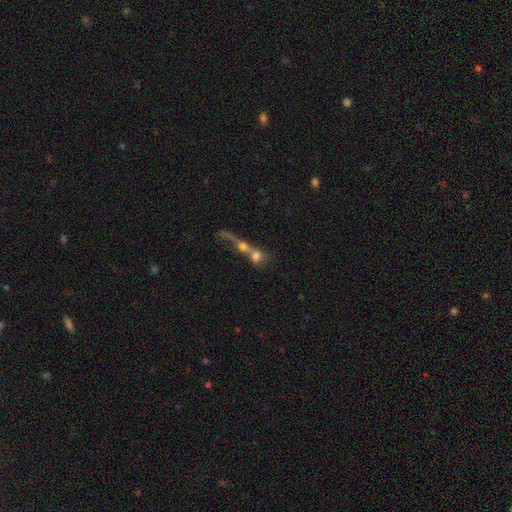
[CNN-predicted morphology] This is possibly a smooth galaxy (56%). How rounded: possibly round (51%). Merging: likely merger (77%).